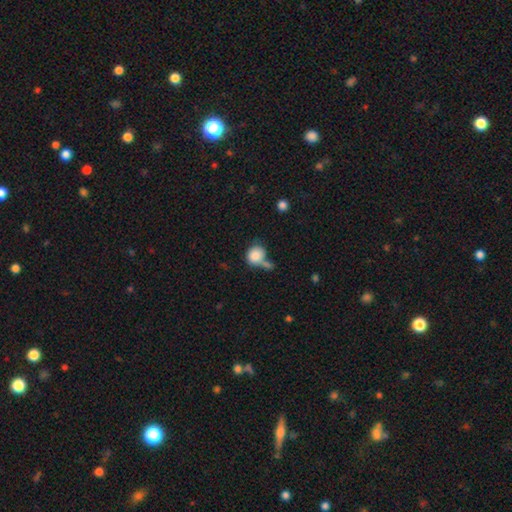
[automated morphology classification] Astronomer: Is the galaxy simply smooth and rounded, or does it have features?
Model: smooth — 85%.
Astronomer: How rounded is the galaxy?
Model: round — 77%.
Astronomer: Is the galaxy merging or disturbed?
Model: none — 44% (runner-up: merger, 32%).